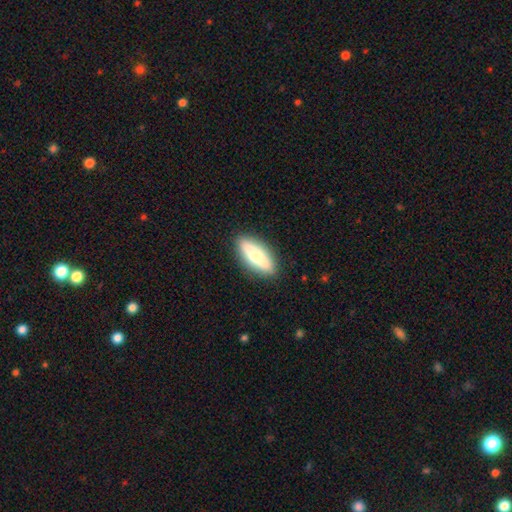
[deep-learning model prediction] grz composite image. It shows a smooth galaxy with no disk features (55%) that is in between round and cigar-shaped (55%). Merging: none (88%).